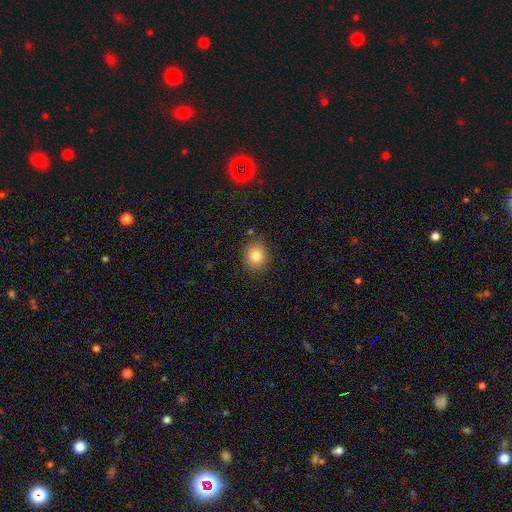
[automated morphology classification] smooth_or_featured: smooth (p=0.82) [alt: star or artifact p=0.10]
how_rounded: round (p=0.75) [alt: in between p=0.24]
merging: none (p=0.85) [alt: minor disturbance p=0.10]